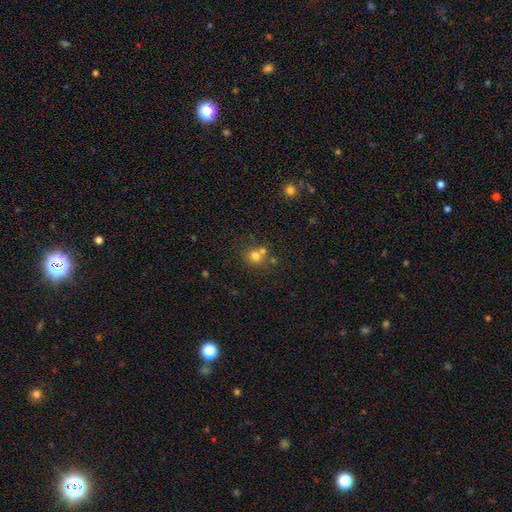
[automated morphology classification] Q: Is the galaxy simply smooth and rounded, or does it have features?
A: smooth — 73%.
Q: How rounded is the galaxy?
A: round — 83%.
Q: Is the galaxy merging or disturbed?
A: none — 54%.